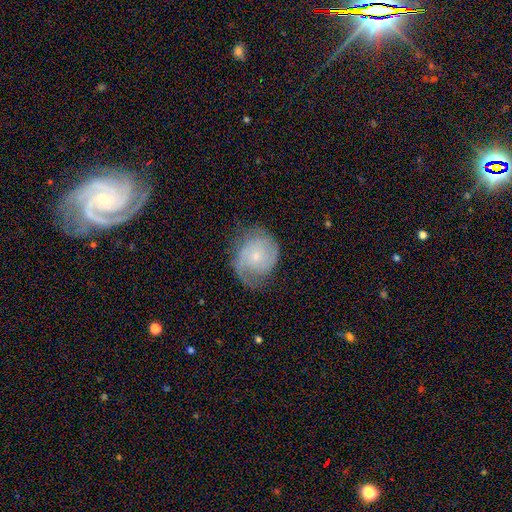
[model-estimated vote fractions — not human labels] Smooth or featured? Predicted: featured or disk (p=0.69). Edge-on disk? Predicted: no (p=0.97). Bar? Predicted: no (p=0.74). Spiral arms? Predicted: yes (p=0.91). Spiral winding? Predicted: tight (p=0.43). Spiral arm count? Predicted: 2 (p=0.54). Bulge size? Predicted: small (p=0.72). Merging? Predicted: none (p=0.60).